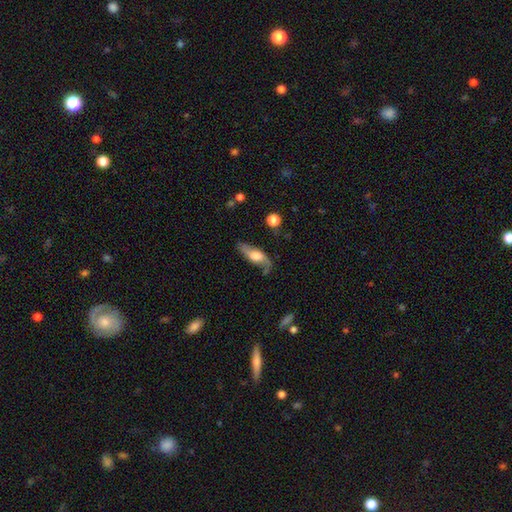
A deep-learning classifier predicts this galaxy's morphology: featured or disk 55%, smooth 38%, star or artifact 7%. Down the decision tree: edge-on disk — no (66%); merging — none (66%).